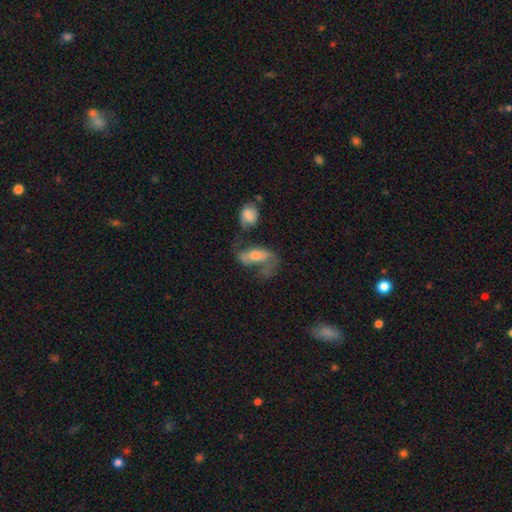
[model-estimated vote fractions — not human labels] The model was most divided on "merging": none: 33%, major disturbance: 30%, minor disturbance: 20%, merger: 17%. More confident: edge-on disk — no (88%); smooth or featured — featured or disk (51%).